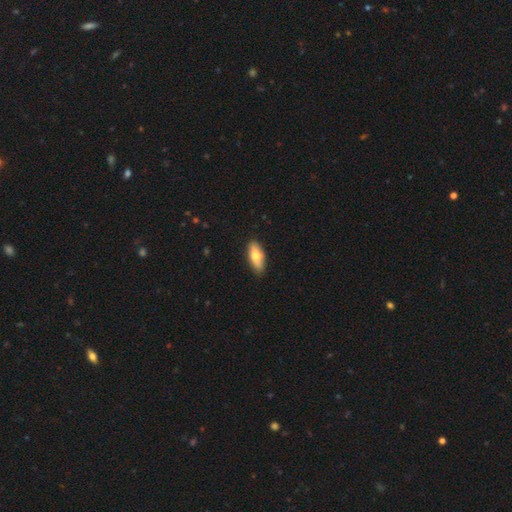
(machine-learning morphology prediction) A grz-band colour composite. It shows a smooth galaxy with no disk features (72%) that is in between round and cigar-shaped (74%). Merging: none (86%).